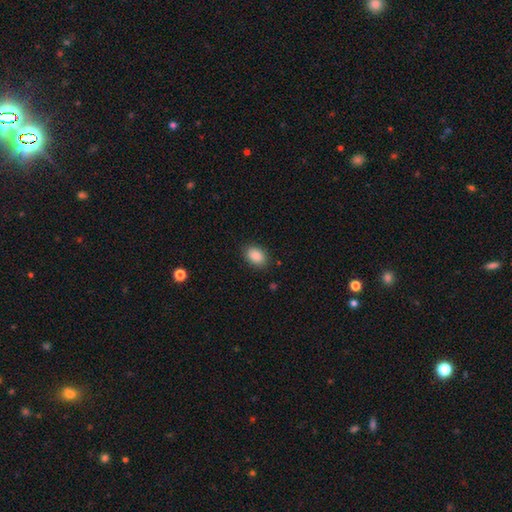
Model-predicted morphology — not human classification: This appears to be a smooth galaxy with no disk features (89%) that is in between round and cigar-shaped (78%). Merging: none (86%).